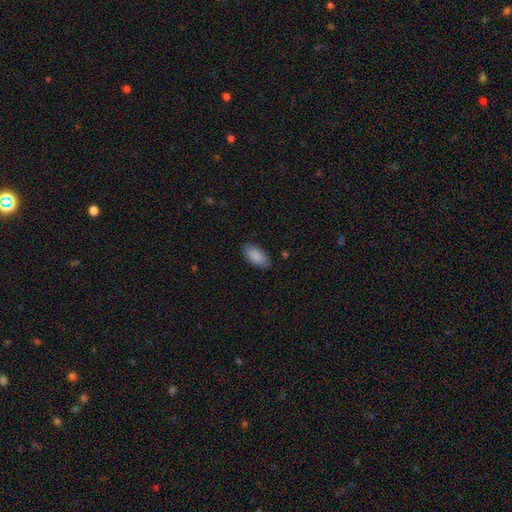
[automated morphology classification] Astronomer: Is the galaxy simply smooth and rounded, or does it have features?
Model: smooth — 89%.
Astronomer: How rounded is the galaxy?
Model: in between — 93%.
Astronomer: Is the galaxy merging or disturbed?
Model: none — 84%.